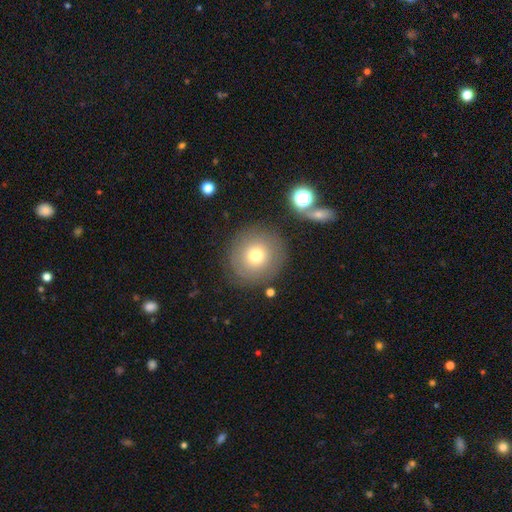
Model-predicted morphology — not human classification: This appears to be a smooth galaxy with no disk features (70%) that is round (94%). Merging: none (83%).